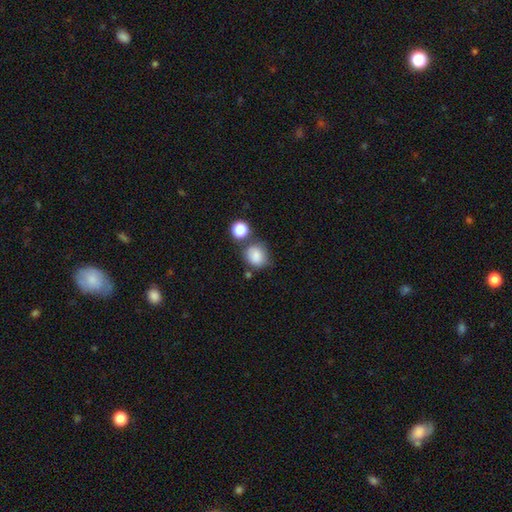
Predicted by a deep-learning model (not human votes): Q: Smooth or featured?
A: smooth (83%); runner-up: star or artifact (10%)
Q: How rounded?
A: round (71%); runner-up: in between (28%)
Q: Merging?
A: none (62%); runner-up: minor disturbance (17%)